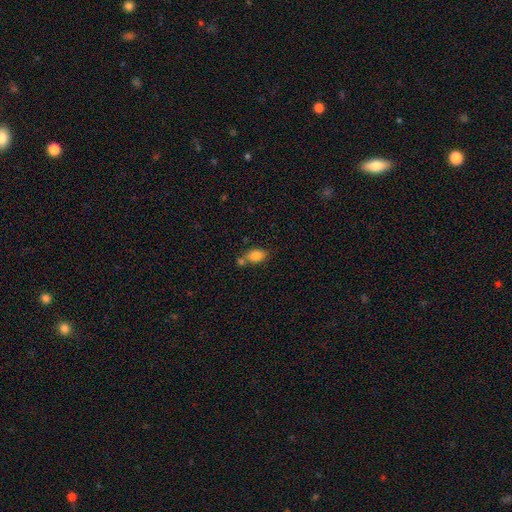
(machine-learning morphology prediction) type=smooth (84%); roundness=in between (80%); merging=none (47%).